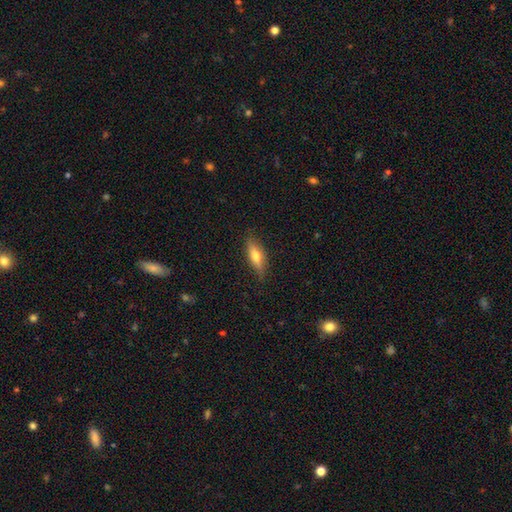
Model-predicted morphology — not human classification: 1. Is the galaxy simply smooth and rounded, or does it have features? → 66% smooth, 28% featured or disk, 7% star or artifact.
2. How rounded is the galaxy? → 54% in between, 43% cigar-shaped, 3% round.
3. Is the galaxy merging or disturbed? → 80% none, 16% minor disturbance, 3% major disturbance, 1% merger.